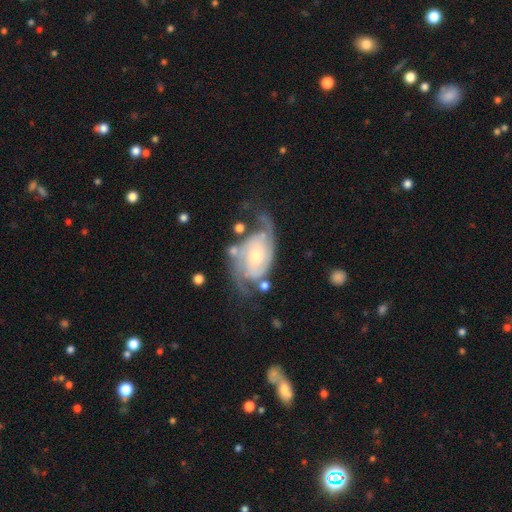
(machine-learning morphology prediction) Smooth or featured: featured or disk — 87% (smooth — 8%)
Edge-on disk: no — 97% (yes — 3%)
Bar: no — 65% (weak — 28%)
Spiral arms: yes — 96% (no — 4%)
Spiral winding: medium — 43% (tight — 30%)
Spiral arm count: 2 — 82% (can't tell — 7%)
Bulge size: moderate — 48% (small — 42%)
Merging: none — 51% (minor disturbance — 21%)